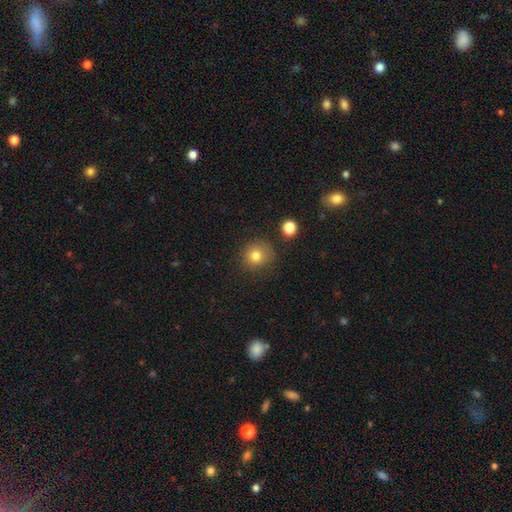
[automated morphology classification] Smooth or featured: smooth — 80% (star or artifact — 13%)
How rounded: round — 90% (in between — 10%)
Merging: none — 82% (minor disturbance — 11%)